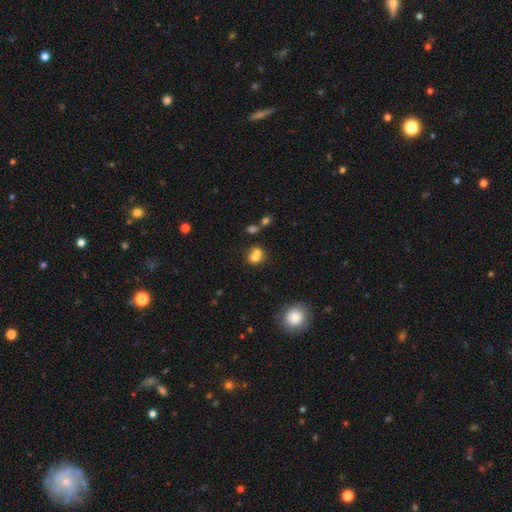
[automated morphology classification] smooth-or-featured: smooth: 73% | featured or disk: 15% | star or artifact: 12%
  how-rounded: round: 63% | in between: 36% | cigar-shaped: 1%
  merging: merger: 55% | none: 32% | minor disturbance: 9% | major disturbance: 4%